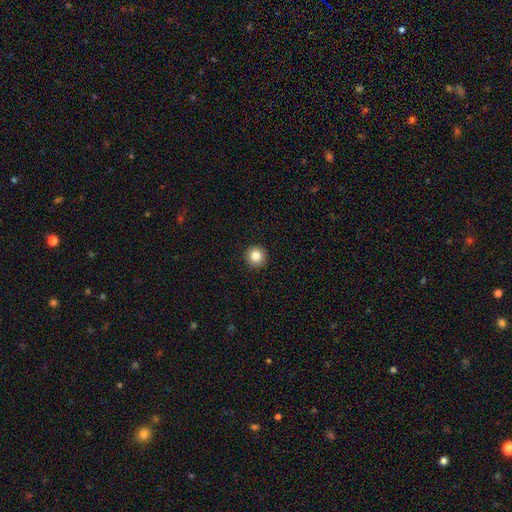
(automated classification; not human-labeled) A smooth galaxy with no disk features (84%) that is round (96%).

Vote fractions:
- Smooth or featured? smooth: 84% / star or artifact: 10% / featured or disk: 6%
- How rounded? round: 96% / in between: 3% / cigar-shaped: 1%
- Merging? none: 93% / minor disturbance: 4% / major disturbance: 1% / merger: 1%